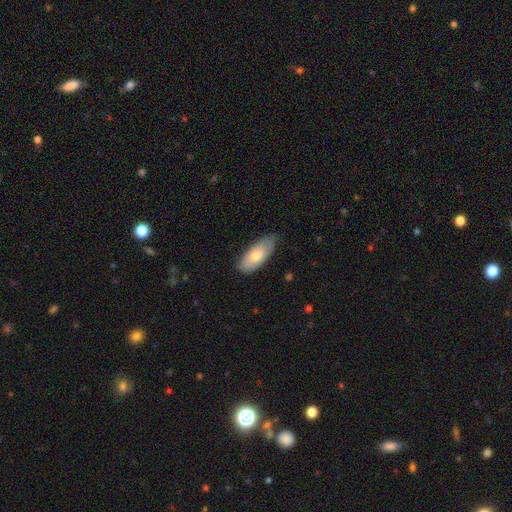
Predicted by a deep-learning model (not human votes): smooth 73%, featured or disk 21%, star or artifact 6%. Down the decision tree: how rounded — in between (84%); merging — none (74%).